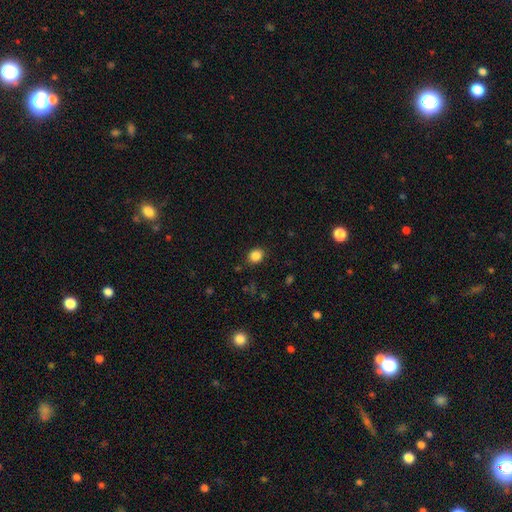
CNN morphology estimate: smooth_or_featured: smooth (p=0.85) [alt: star or artifact p=0.11]
how_rounded: round (p=0.65) [alt: in between p=0.35]
merging: none (p=0.87) [alt: minor disturbance p=0.09]